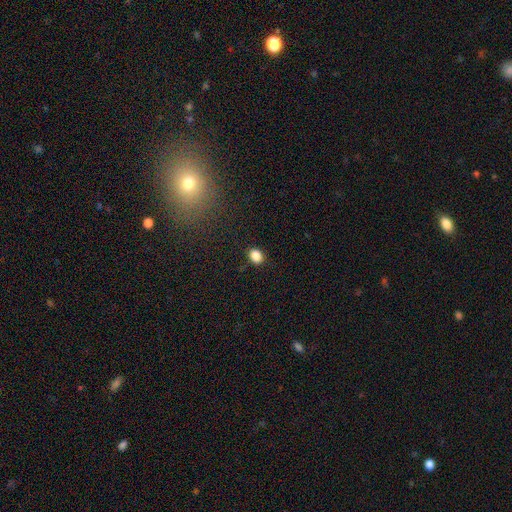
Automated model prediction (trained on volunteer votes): The model was most divided on "how rounded": in between: 54%, round: 45%, cigar-shaped: 1%. More confident: smooth or featured — smooth (86%); merging — none (85%).